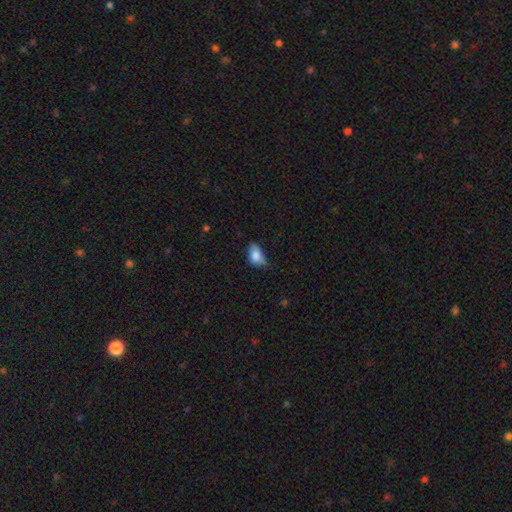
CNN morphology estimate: smooth-or-featured: smooth: 80% | featured or disk: 12% | star or artifact: 8%
  how-rounded: in between: 87% | round: 11% | cigar-shaped: 2%
  merging: minor disturbance: 46% | none: 36% | major disturbance: 15% | merger: 3%